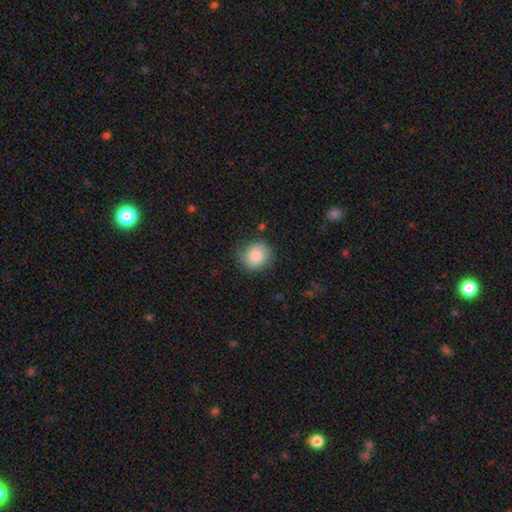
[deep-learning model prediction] This is clearly a smooth galaxy (81%). How rounded: likely round (80%). Merging: likely none (72%).